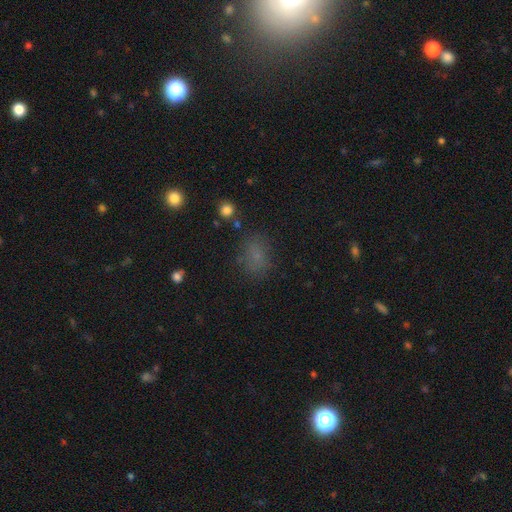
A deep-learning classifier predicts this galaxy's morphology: Q: Smooth or featured?
A: smooth (68%); runner-up: star or artifact (22%)
Q: How rounded?
A: in between (67%); runner-up: round (31%)
Q: Merging?
A: none (74%); runner-up: minor disturbance (16%)